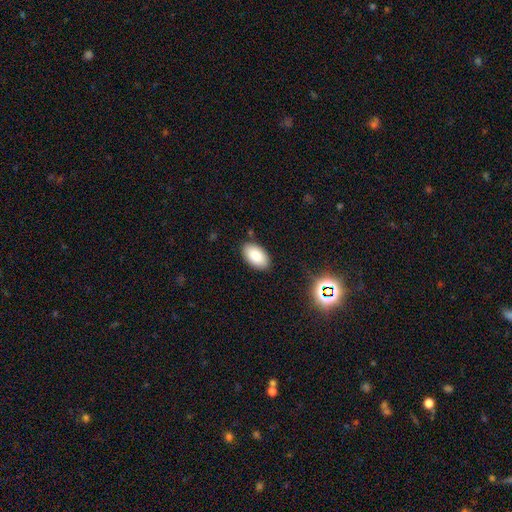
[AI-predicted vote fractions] smooth_or_featured: smooth (p=0.84) [alt: star or artifact p=0.09]
how_rounded: in between (p=0.95) [alt: round p=0.04]
merging: none (p=0.86) [alt: minor disturbance p=0.10]